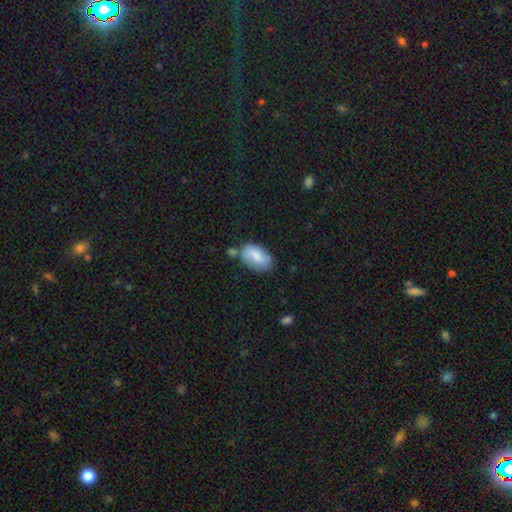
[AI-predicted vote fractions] Smooth or featured?
  - smooth: 79% *
  - featured or disk: 14%
  - star or artifact: 6%
How rounded?
  - in between: 93% *
  - round: 5%
  - cigar-shaped: 2%
Merging?
  - none: 60% *
  - minor disturbance: 23%
  - merger: 12%
  - major disturbance: 6%